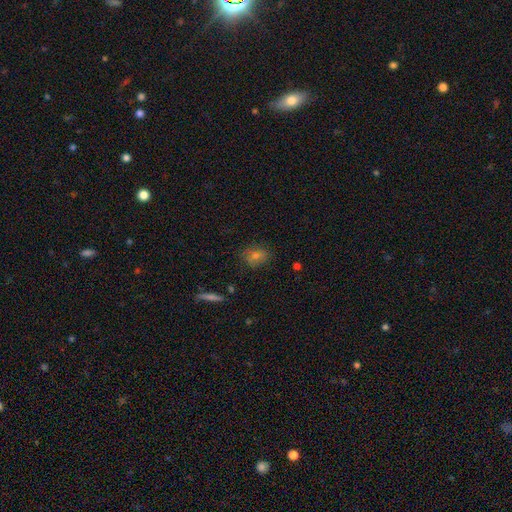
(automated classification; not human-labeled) This appears to be a smooth galaxy with no disk features (59%) that is in between round and cigar-shaped (51%). Merging: none (81%).